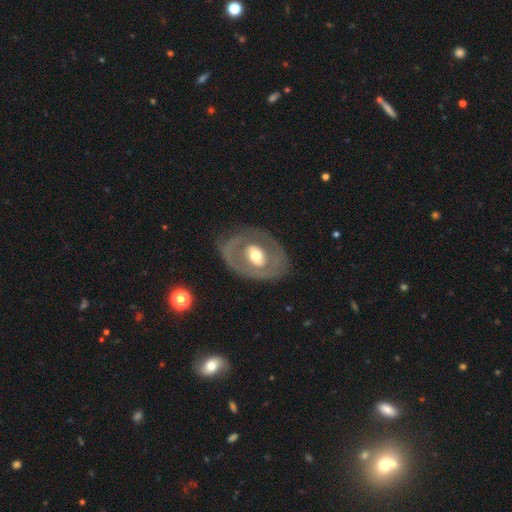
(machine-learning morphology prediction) smooth-or-featured: featured or disk: 63% | smooth: 32% | star or artifact: 5%
  disk-edge-on: no: 93% | yes: 7%
    bar: no: 68% | weak: 22% | strong: 10%
    has-spiral-arms: no: 76% | yes: 24%
    bulge-size: moderate: 65% | large: 20% | small: 12% | dominant: 2% | none: 1%
  merging: none: 71% | minor disturbance: 17% | major disturbance: 11% | merger: 2%